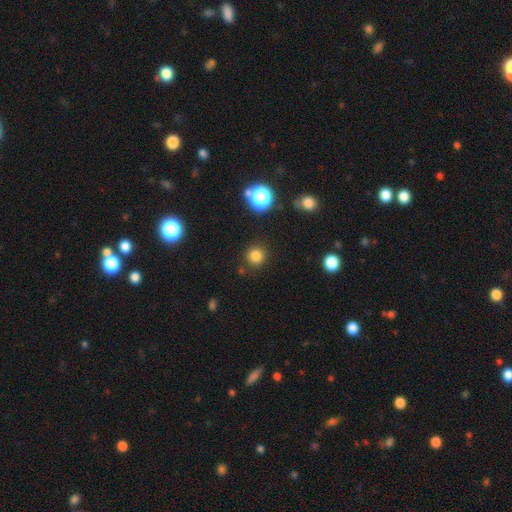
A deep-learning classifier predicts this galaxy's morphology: A smooth galaxy with no disk features (79%) that is round (93%). Merging: none (88%).